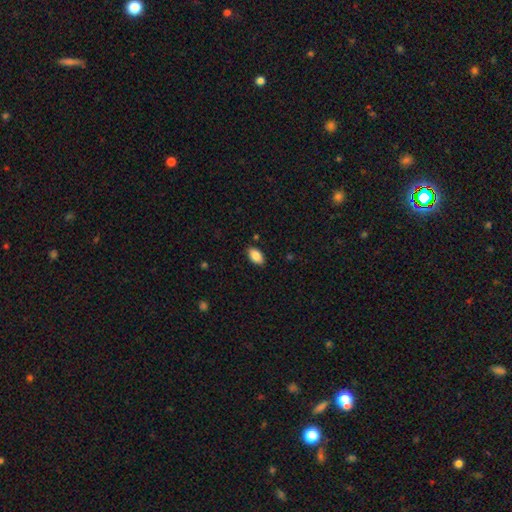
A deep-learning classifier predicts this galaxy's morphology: Q: Smooth or featured?
A: smooth (86%); runner-up: star or artifact (7%)
Q: How rounded?
A: in between (93%); runner-up: round (5%)
Q: Merging?
A: none (87%); runner-up: minor disturbance (10%)